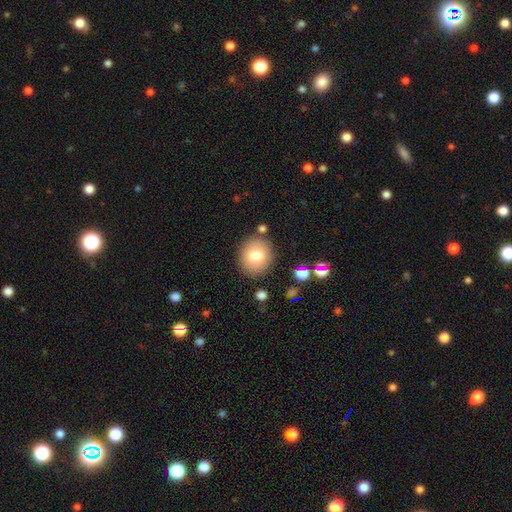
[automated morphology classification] A smooth galaxy with no disk features (78%) that is round (74%). Merging: none (84%).